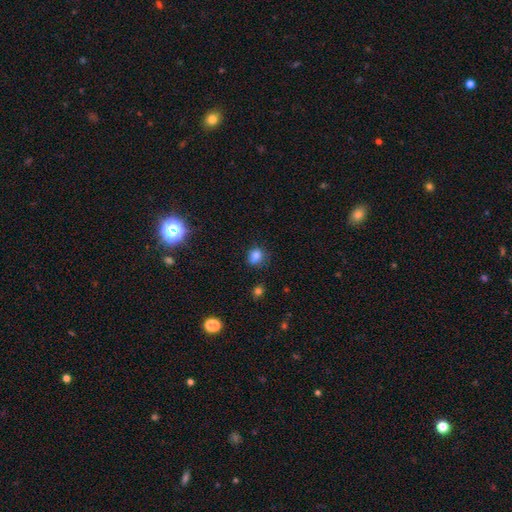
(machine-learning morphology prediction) Q: Smooth or featured?
A: smooth (81%); runner-up: star or artifact (14%)
Q: How rounded?
A: round (62%); runner-up: in between (37%)
Q: Merging?
A: none (67%); runner-up: minor disturbance (24%)